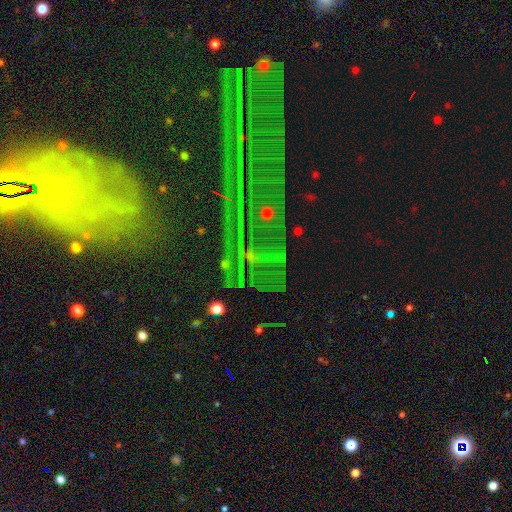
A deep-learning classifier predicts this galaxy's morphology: Smooth or featured: star or artifact — 44% (featured or disk — 38%)